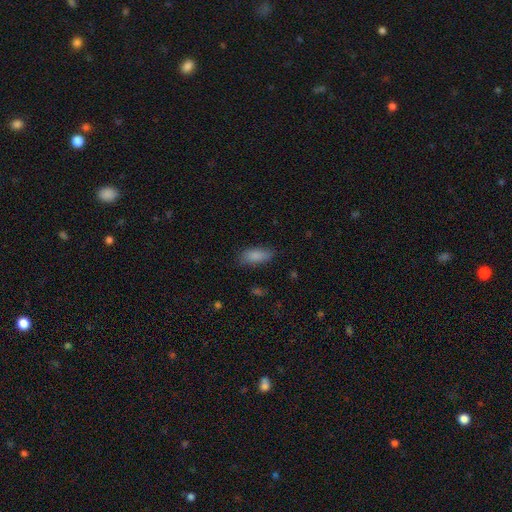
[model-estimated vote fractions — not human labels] Smooth or featured?
  - smooth: 86% *
  - star or artifact: 7%
  - featured or disk: 7%
How rounded?
  - in between: 84% *
  - cigar-shaped: 14%
  - round: 2%
Merging?
  - none: 79% *
  - minor disturbance: 16%
  - major disturbance: 4%
  - merger: 1%